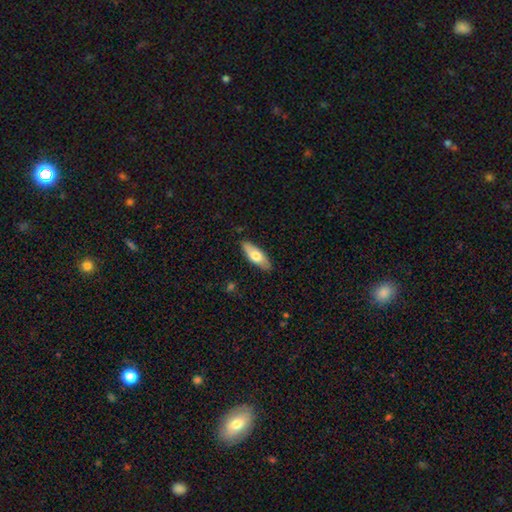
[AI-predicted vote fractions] This appears to be a smooth galaxy with no disk features (65%) that is in between round and cigar-shaped (68%). Merging: none (85%).